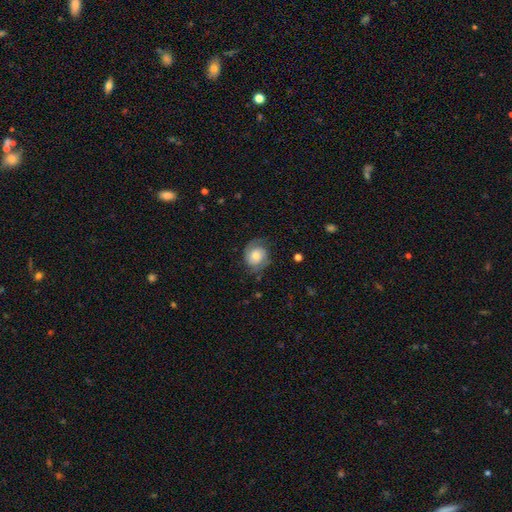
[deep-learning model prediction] Morphology: type=featured or disk (63%); edge-on=no (97%); bar=no (69%); spiral arms=yes (91%); winding=tight (45%); arm count=2 (82%); bulge=moderate (52%); merging=none (72%).